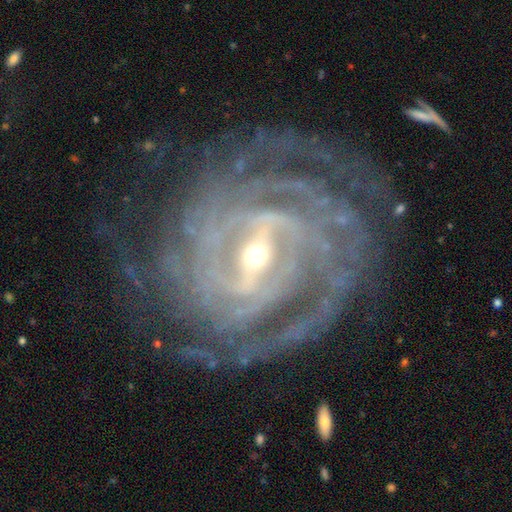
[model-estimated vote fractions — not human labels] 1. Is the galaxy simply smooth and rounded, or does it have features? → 93% featured or disk, 5% star or artifact, 3% smooth.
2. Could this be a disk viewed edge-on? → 97% no, 3% yes.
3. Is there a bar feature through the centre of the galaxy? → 58% strong, 32% weak, 10% no.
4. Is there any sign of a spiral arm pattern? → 98% yes, 2% no.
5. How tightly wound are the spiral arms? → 73% tight, 23% medium, 5% loose.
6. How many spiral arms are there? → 21% can't tell (tied), 21% 4 (tied), 19% 2, 17% 3, 13% more than 4, 8% 1.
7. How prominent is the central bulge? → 63% small, 33% moderate, 2% large, 1% none, 1% dominant.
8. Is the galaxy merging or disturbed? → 72% none, 16% minor disturbance, 11% major disturbance, 1% merger.